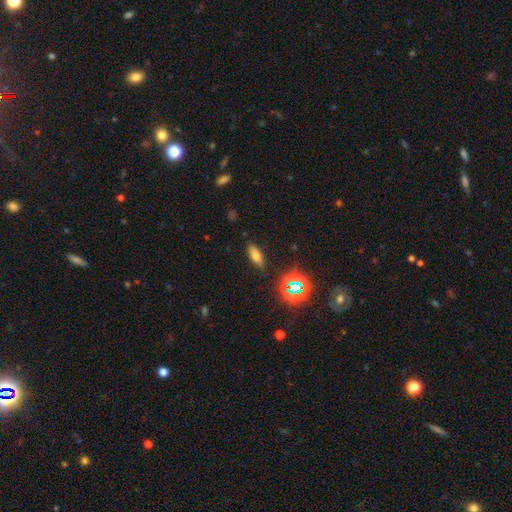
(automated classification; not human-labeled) A smooth galaxy with no disk features (66%) that is in between round and cigar-shaped (71%). Merging: none (86%).